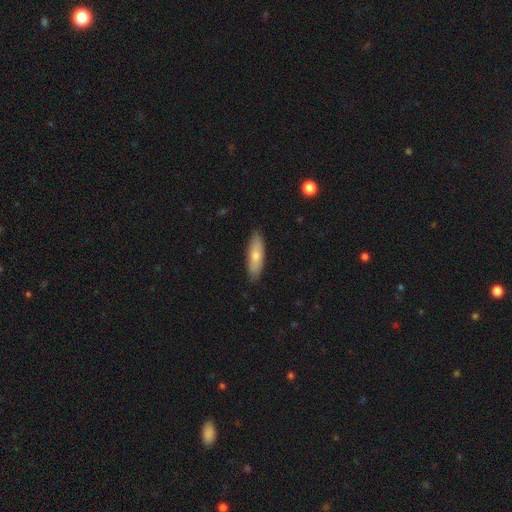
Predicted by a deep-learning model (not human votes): The model was most divided on "how rounded": in between: 51%, cigar-shaped: 47%, round: 2%. More confident: merging — none (86%); smooth or featured — smooth (72%).